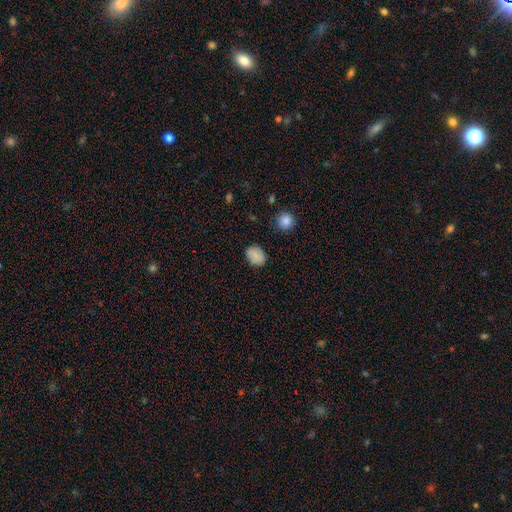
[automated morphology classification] Overall: smooth (83%). How rounded: in between (55%; round 44%). Merging: none (82%).